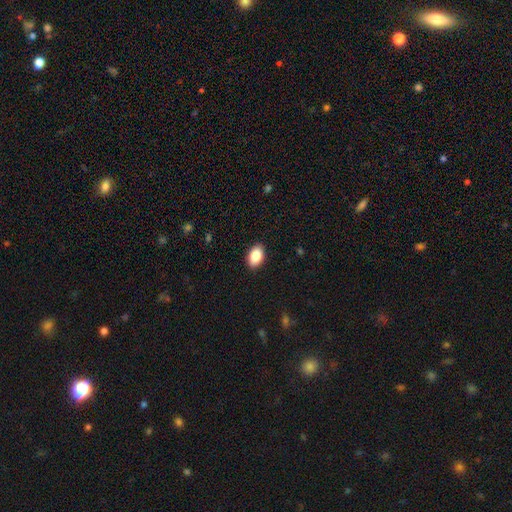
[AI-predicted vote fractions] Overall: smooth (87%). How rounded: in between (91%). Merging: none (90%).